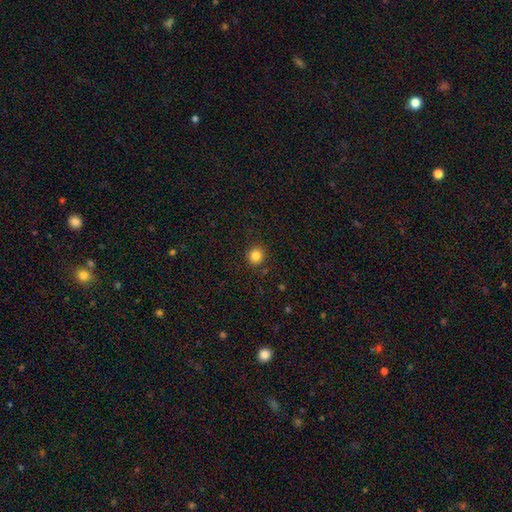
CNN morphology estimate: type=smooth (84%); roundness=round (89%); merging=none (90%).